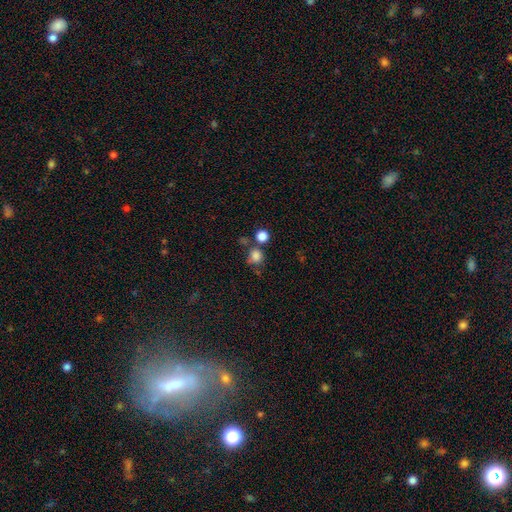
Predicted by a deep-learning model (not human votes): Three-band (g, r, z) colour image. It shows a smooth galaxy with no disk features (81%) that is round (87%). Merging: none (60%).